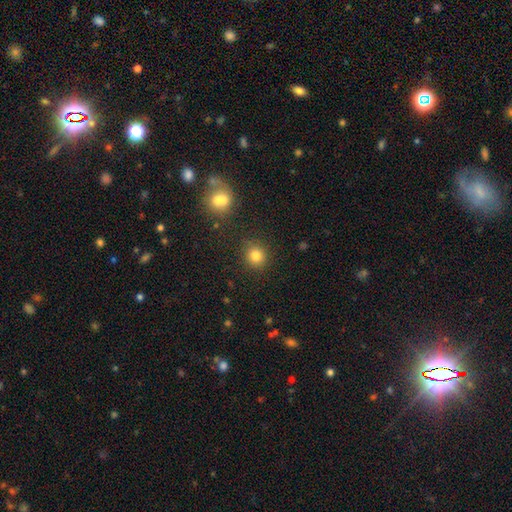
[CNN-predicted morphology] smooth_or_featured: smooth (p=0.82) [alt: star or artifact p=0.12]
how_rounded: round (p=0.89) [alt: in between p=0.10]
merging: none (p=0.86) [alt: minor disturbance p=0.08]